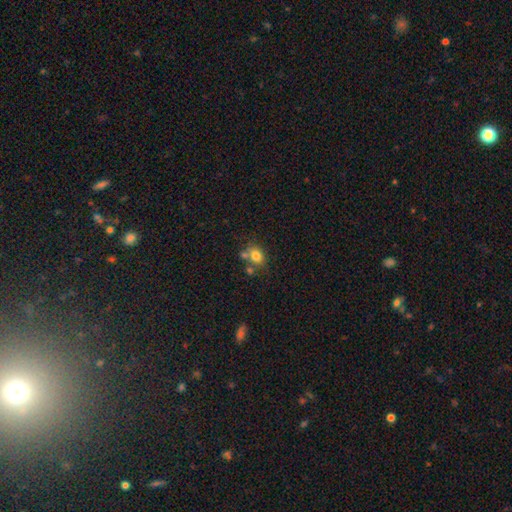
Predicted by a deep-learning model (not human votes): This appears to be a smooth galaxy with no disk features (77%) that is round (51%). Merging: none (54%).